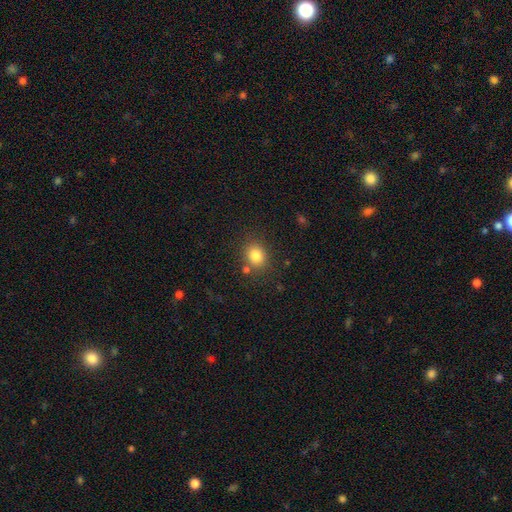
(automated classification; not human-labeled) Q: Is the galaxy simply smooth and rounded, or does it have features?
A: smooth — 82%.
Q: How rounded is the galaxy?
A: round — 66%.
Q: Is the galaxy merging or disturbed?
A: none — 78%.